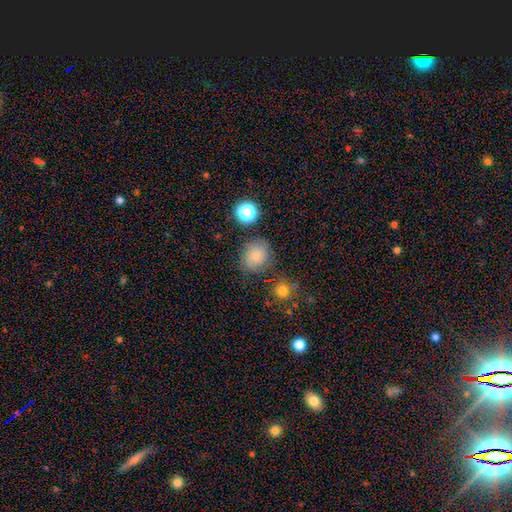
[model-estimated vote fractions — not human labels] A smooth galaxy with no disk features (77%) that is round (79%).

Vote fractions:
- Smooth or featured? smooth: 77% / star or artifact: 13% / featured or disk: 10%
- How rounded? round: 79% / in between: 20% / cigar-shaped: 1%
- Merging? none: 74% / minor disturbance: 16% / major disturbance: 5% / merger: 5%